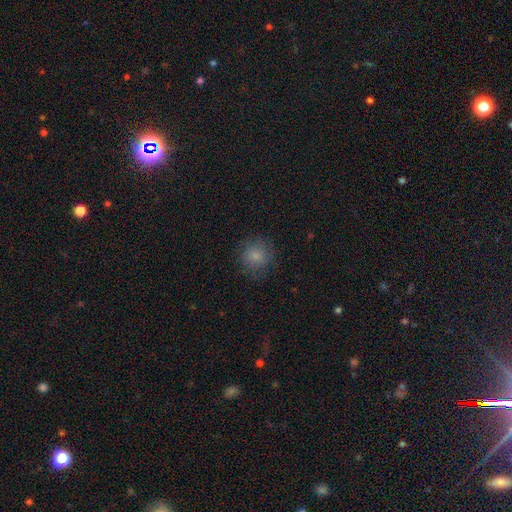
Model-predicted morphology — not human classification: This is clearly a smooth galaxy (82%). How rounded: clearly round (90%). Merging: clearly none (81%).